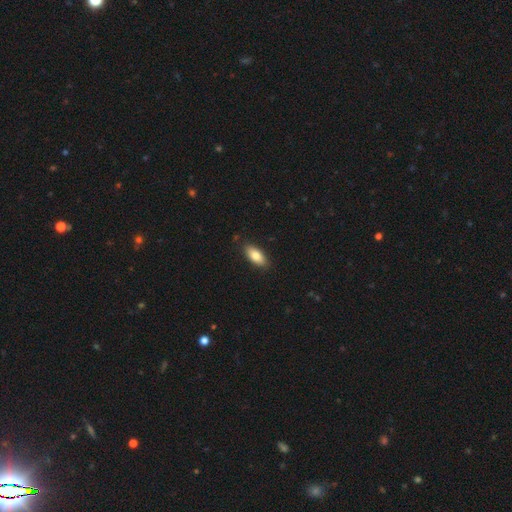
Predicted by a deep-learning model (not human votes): Q: Smooth or featured?
A: smooth (81%); runner-up: featured or disk (13%)
Q: How rounded?
A: in between (85%); runner-up: cigar-shaped (12%)
Q: Merging?
A: none (86%); runner-up: minor disturbance (11%)